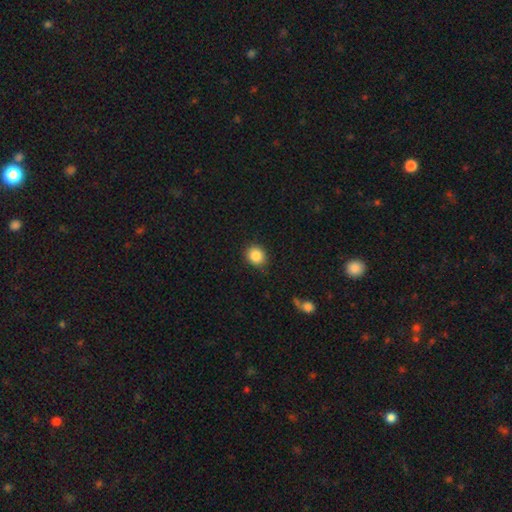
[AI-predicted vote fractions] Smooth or featured? smooth (86%)
How rounded? round (78%)
Merging? none (85%)